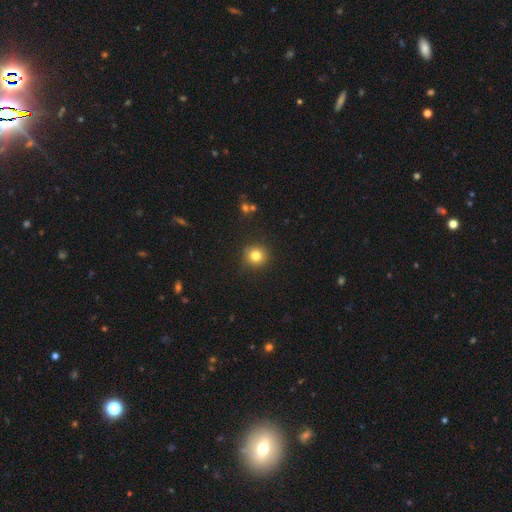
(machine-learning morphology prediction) Smooth or featured: smooth — 81% (star or artifact — 13%)
How rounded: round — 93% (in between — 6%)
Merging: none — 90% (minor disturbance — 7%)